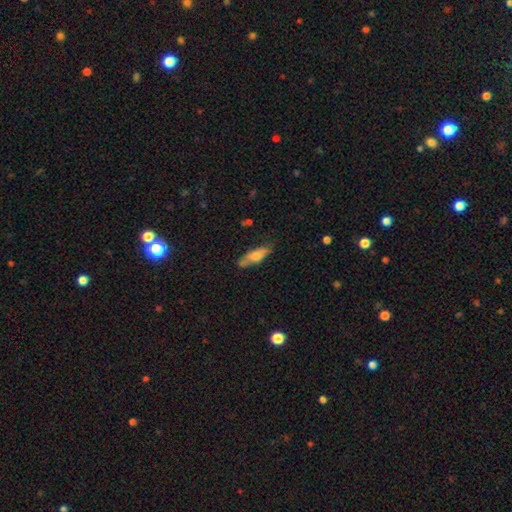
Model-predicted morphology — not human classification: Overall: smooth (61%; featured or disk 32%). How rounded: in between (52%; cigar-shaped 46%). Merging: none (68%).